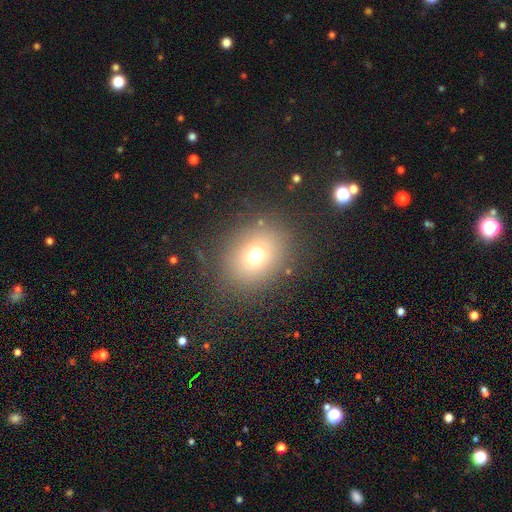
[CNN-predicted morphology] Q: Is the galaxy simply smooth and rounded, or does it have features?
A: smooth — 71%.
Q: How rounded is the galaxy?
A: round — 58%.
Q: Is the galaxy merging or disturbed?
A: none — 83%.